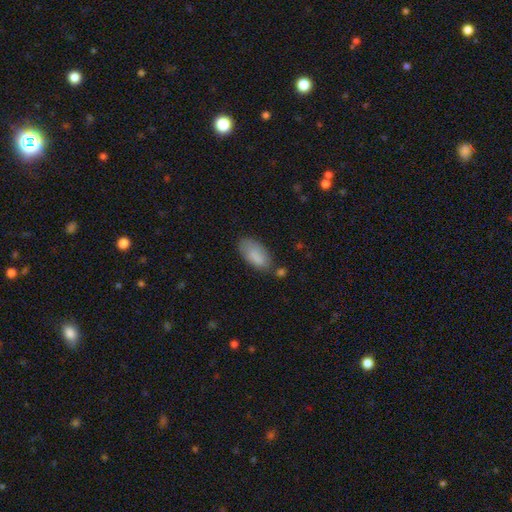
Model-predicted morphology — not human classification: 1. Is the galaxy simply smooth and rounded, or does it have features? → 83% smooth, 10% featured or disk, 7% star or artifact.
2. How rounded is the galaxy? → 91% in between, 7% cigar-shaped, 2% round.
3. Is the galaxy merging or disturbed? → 62% none, 26% minor disturbance, 7% major disturbance, 6% merger.